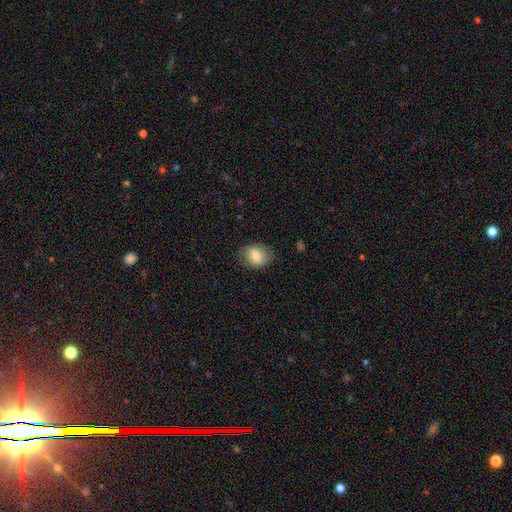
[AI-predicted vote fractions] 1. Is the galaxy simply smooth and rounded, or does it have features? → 77% smooth, 15% featured or disk, 8% star or artifact.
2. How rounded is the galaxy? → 50% in between, 49% round, 1% cigar-shaped.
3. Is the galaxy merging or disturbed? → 78% none, 17% minor disturbance, 5% major disturbance, 1% merger.